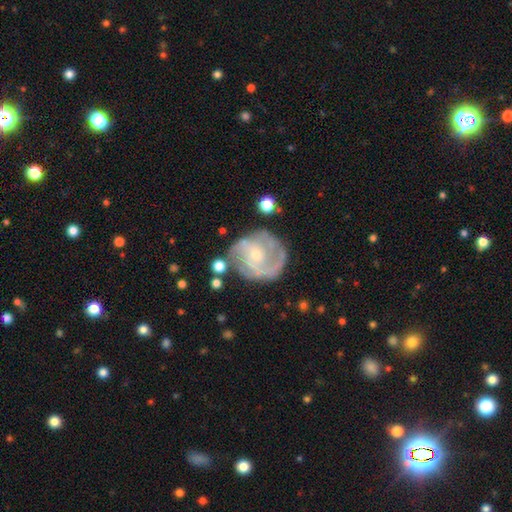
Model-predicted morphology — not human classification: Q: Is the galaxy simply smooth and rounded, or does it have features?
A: featured or disk — 82%.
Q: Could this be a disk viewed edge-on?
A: no — 98%.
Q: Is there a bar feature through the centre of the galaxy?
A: no — 64%.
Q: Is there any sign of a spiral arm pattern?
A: yes — 91%.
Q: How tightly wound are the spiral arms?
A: tight — 49%.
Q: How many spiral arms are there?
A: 2 — 29%.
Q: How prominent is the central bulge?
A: small — 71%.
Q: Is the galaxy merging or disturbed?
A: none — 62%.